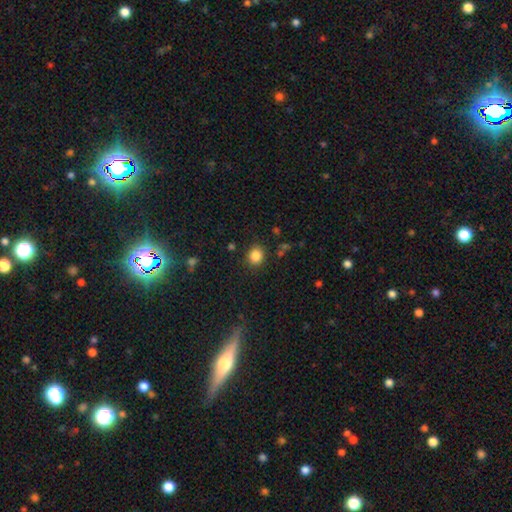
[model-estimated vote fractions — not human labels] smooth-or-featured: smooth: 85% | star or artifact: 11% | featured or disk: 4%
  how-rounded: round: 75% | in between: 24% | cigar-shaped: 1%
  merging: none: 86% | minor disturbance: 9% | major disturbance: 3% | merger: 2%